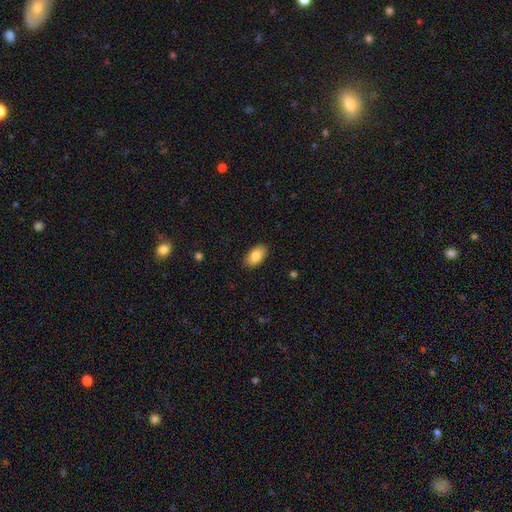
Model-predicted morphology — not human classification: The model was most divided on "smooth or featured": smooth: 84%, featured or disk: 9%, star or artifact: 7%. More confident: how rounded — in between (94%); merging — none (89%).